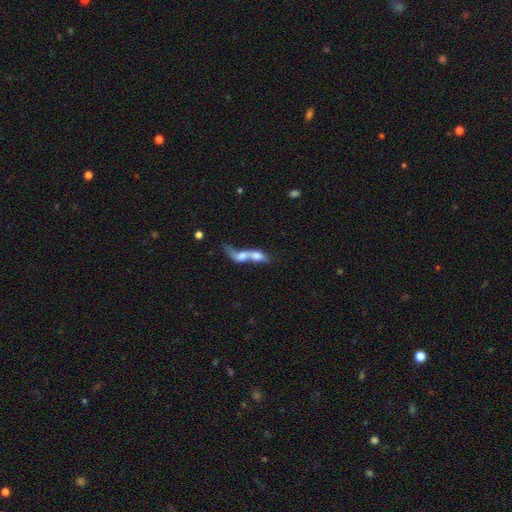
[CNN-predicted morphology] This is possibly a smooth galaxy (56%). How rounded: possibly in between (58%). Merging: clearly merger (84%).